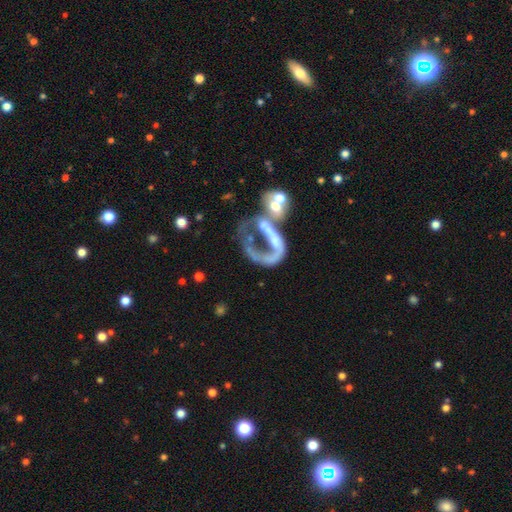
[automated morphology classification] Overall: featured or disk (66%). Edge-on disk: no (96%). Bar: no (72%). Spiral arms: no (67%; yes 33%). Bulge size: none (58%; small 23%). Merging: major disturbance (41%; merger 33%).